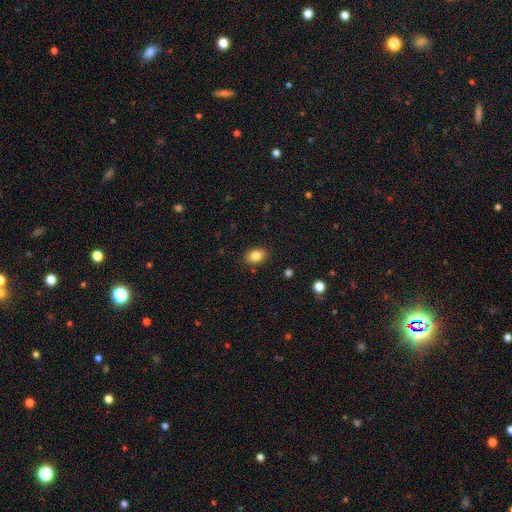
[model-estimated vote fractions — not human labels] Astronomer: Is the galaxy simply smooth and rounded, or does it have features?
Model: smooth — 84%.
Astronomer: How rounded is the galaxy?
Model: in between — 78%.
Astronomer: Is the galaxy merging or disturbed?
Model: none — 87%.